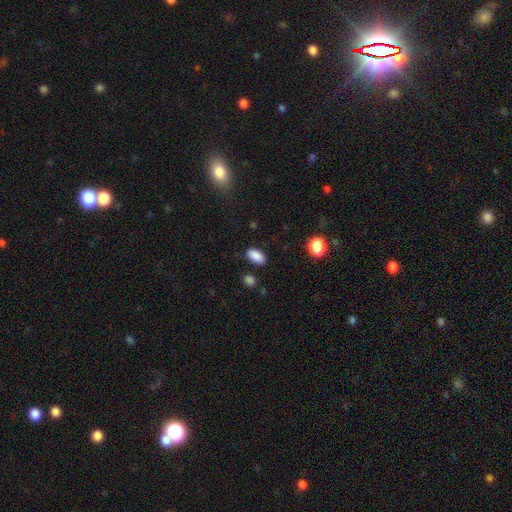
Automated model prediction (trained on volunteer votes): Smooth or featured?
  - smooth: 88% *
  - star or artifact: 9%
  - featured or disk: 4%
How rounded?
  - in between: 92% *
  - round: 5%
  - cigar-shaped: 3%
Merging?
  - none: 85% *
  - minor disturbance: 10%
  - major disturbance: 3%
  - merger: 2%